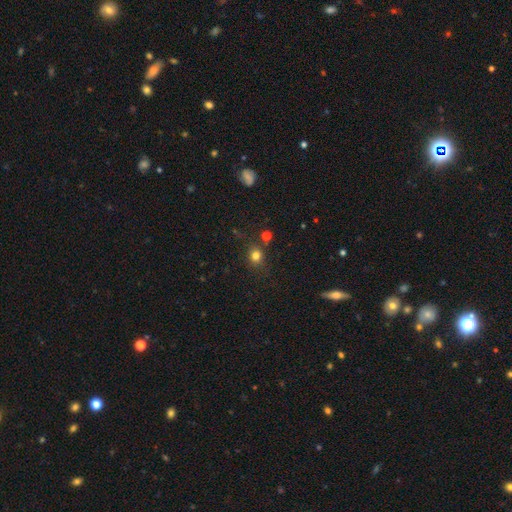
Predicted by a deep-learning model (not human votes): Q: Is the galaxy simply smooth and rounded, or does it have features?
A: smooth — 76%.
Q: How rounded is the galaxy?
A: round — 73%.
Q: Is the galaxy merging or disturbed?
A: none — 76%.